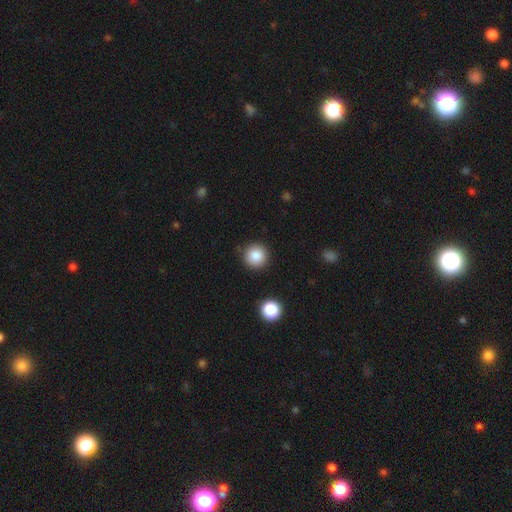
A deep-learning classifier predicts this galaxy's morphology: This appears to be a smooth galaxy with no disk features (85%) that is round (95%). Merging: none (90%).